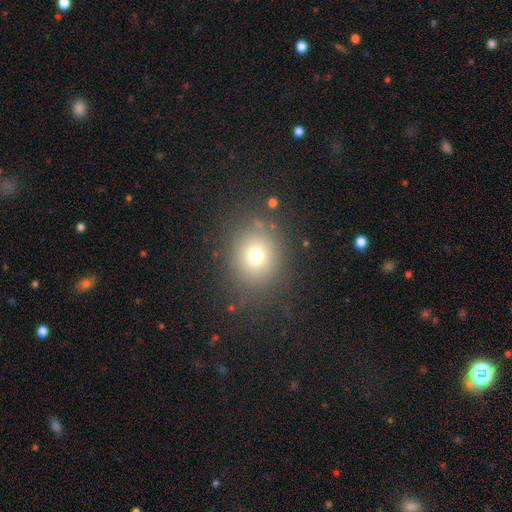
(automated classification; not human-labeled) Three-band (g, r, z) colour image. It shows a smooth galaxy with no disk features (71%) that is round (78%). Merging: none (82%).